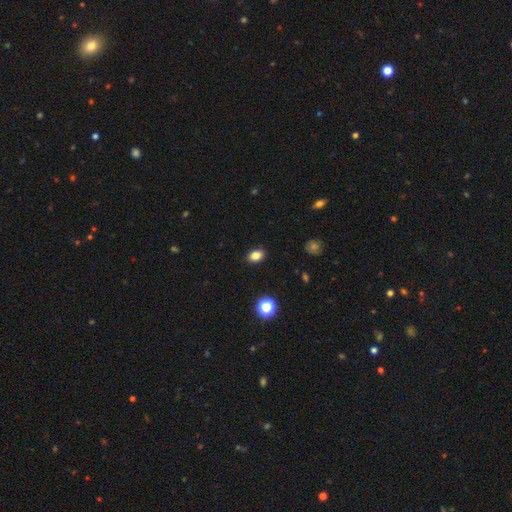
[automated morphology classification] smooth-or-featured: smooth: 83% | star or artifact: 12% | featured or disk: 5%
  how-rounded: in between: 77% | round: 22% | cigar-shaped: 1%
  merging: none: 89% | minor disturbance: 8% | major disturbance: 2% | merger: 1%